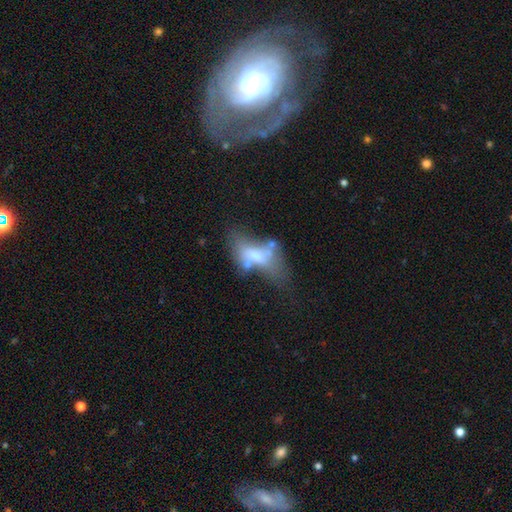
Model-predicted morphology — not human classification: This is possibly a smooth galaxy (46%). Merging: marginally major disturbance (33%).